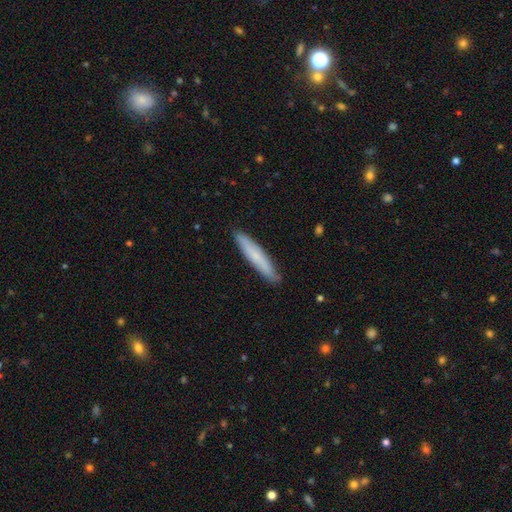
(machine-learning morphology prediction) Smooth or featured? Predicted: smooth (p=0.67). How rounded? Predicted: cigar-shaped (p=0.92). Merging? Predicted: none (p=0.89).